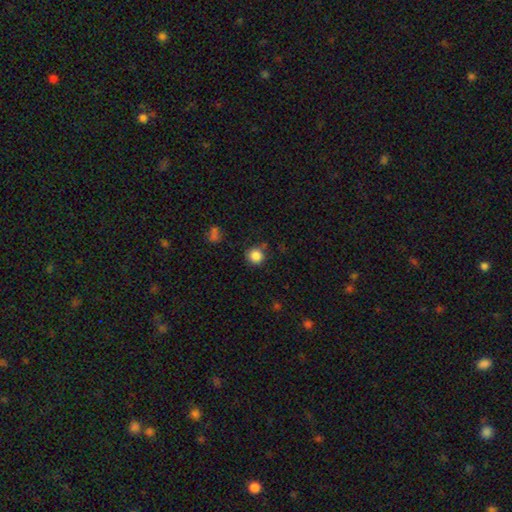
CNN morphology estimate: smooth_or_featured: smooth (p=0.86) [alt: star or artifact p=0.10]
how_rounded: round (p=0.94) [alt: in between p=0.05]
merging: none (p=0.83) [alt: minor disturbance p=0.11]